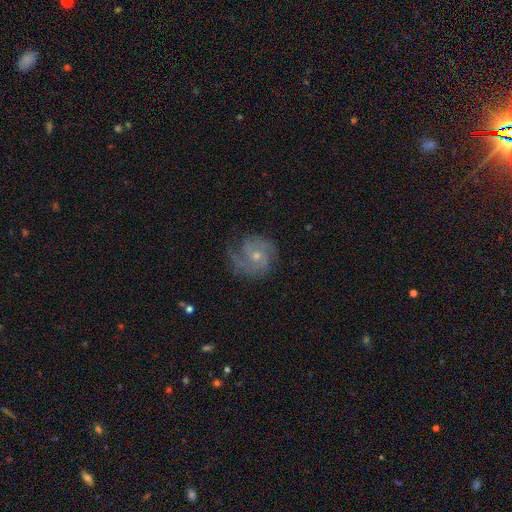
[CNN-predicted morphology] Smooth or featured? featured or disk (81%)
Edge-on disk? no (98%)
Bar? no (70%)
Spiral arms? yes (95%)
Spiral winding? medium (43%)
Spiral arm count? 2 (38%)
Bulge size? small (58%)
Merging? none (67%)